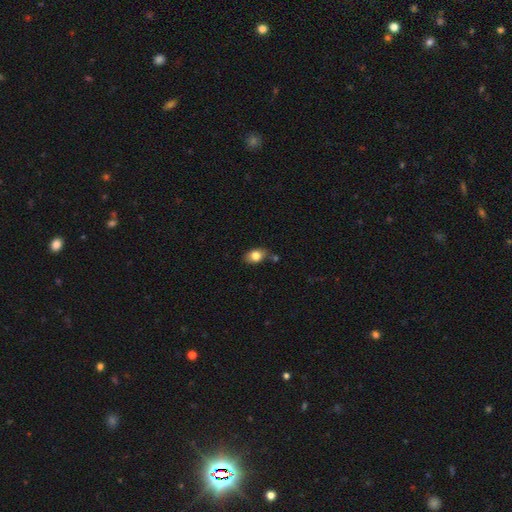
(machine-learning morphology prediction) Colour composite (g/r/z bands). It shows a smooth galaxy with no disk features (80%) that is in between round and cigar-shaped (78%). Merging: none (65%).